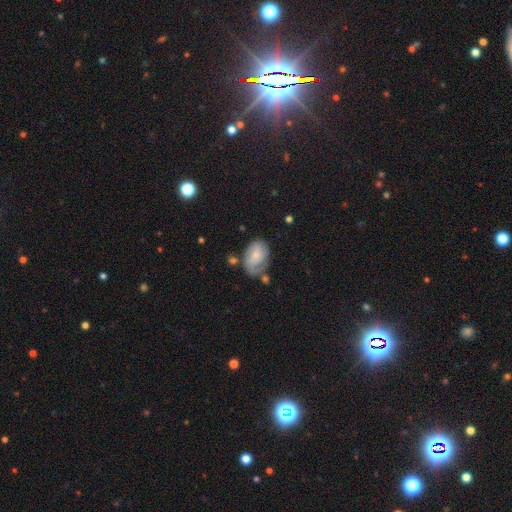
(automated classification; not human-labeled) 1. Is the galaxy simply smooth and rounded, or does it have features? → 51% smooth, 42% featured or disk, 7% star or artifact.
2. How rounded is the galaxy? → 83% in between, 16% round, 1% cigar-shaped.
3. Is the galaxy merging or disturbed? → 46% none, 29% minor disturbance, 16% major disturbance, 9% merger.